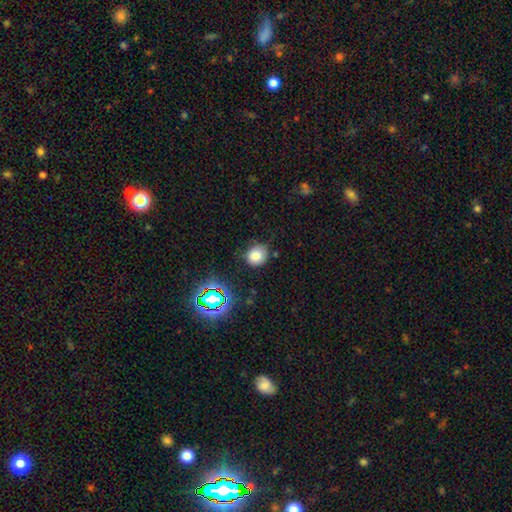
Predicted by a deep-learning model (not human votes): Smooth or featured? smooth (79%)
How rounded? round (79%)
Merging? none (70%)